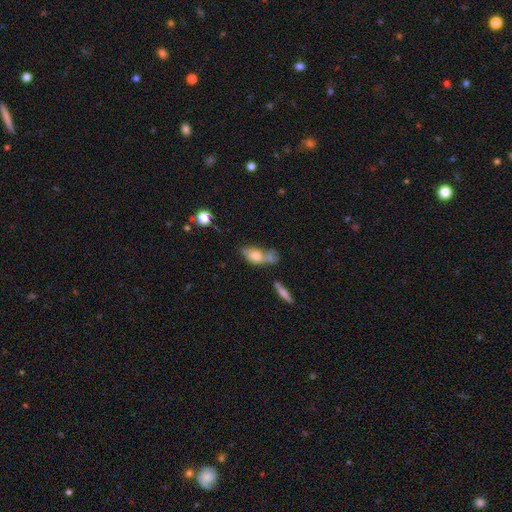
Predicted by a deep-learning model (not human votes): Overall: smooth (69%). How rounded: in between (82%). Merging: merger (42%; none 30%).